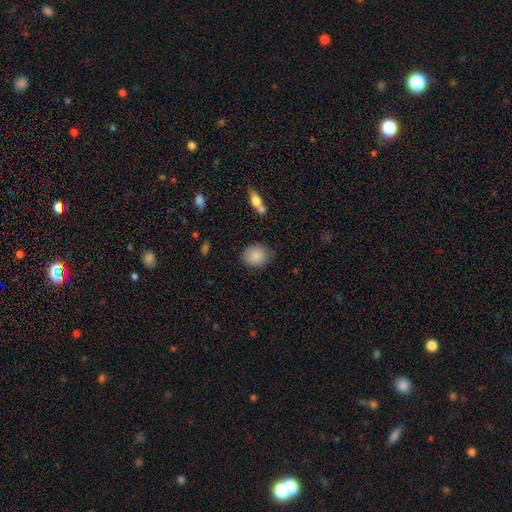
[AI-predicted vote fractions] A smooth galaxy with no disk features (85%) that is round (56%).

Vote fractions:
- Smooth or featured? smooth: 85% / featured or disk: 7% / star or artifact: 7%
- How rounded? round: 56% / in between: 43% / cigar-shaped: 1%
- Merging? none: 75% / minor disturbance: 19% / major disturbance: 4% / merger: 3%